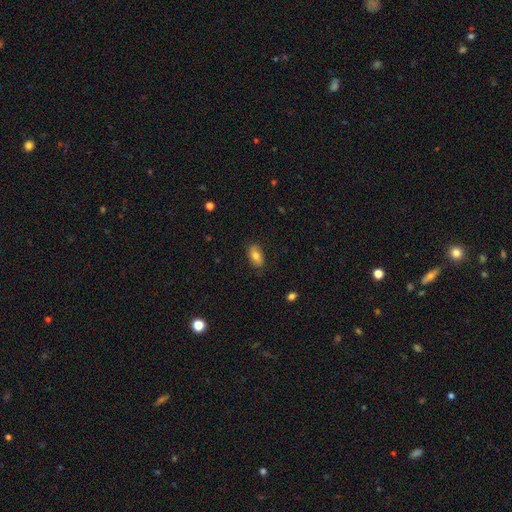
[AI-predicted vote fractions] Smooth or featured? smooth (76%)
How rounded? in between (91%)
Merging? none (82%)